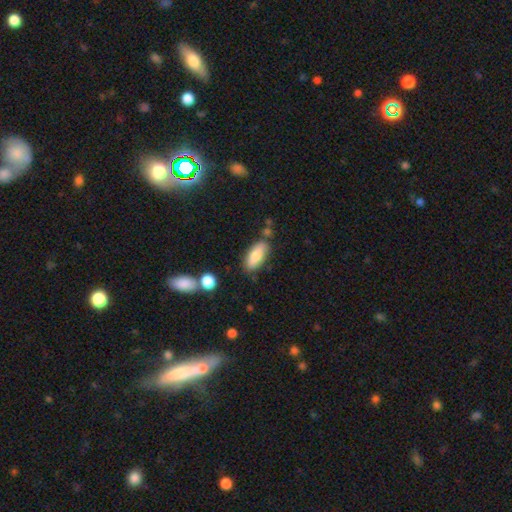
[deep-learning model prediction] Smooth or featured?
  - smooth: 78% *
  - featured or disk: 15%
  - star or artifact: 7%
How rounded?
  - in between: 79% *
  - cigar-shaped: 18%
  - round: 3%
Merging?
  - none: 74% *
  - minor disturbance: 16%
  - merger: 6%
  - major disturbance: 4%